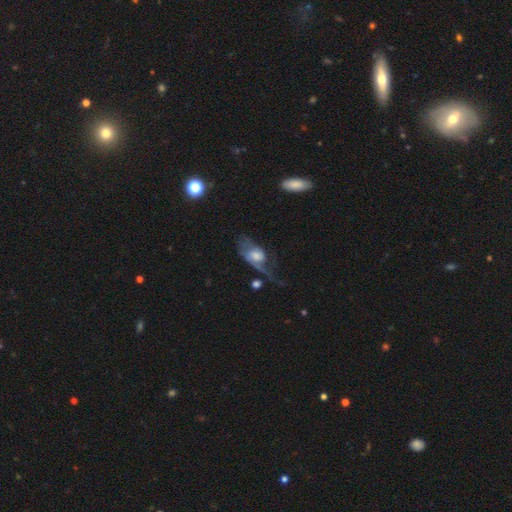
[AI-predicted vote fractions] A featured or disk galaxy (62%) with no bar (62%), spiral arms (73%) and a moderate central bulge (43%). Merging: major disturbance (48%).